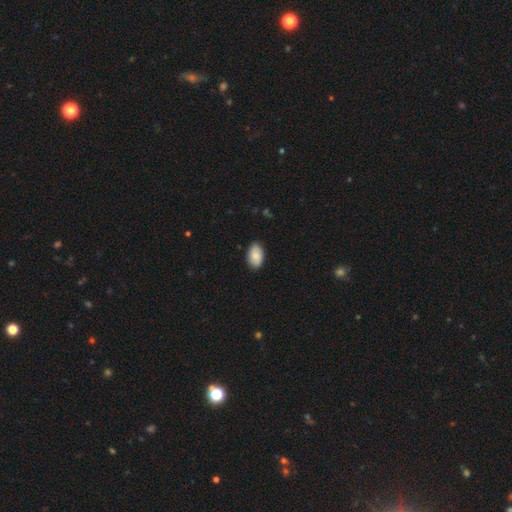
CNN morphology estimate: Smooth or featured? smooth (86%)
How rounded? in between (93%)
Merging? none (87%)